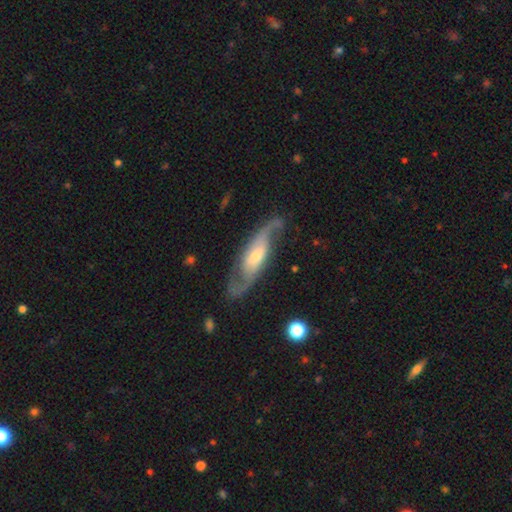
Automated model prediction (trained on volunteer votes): featured or disk 85%, smooth 10%, star or artifact 5%. Down the decision tree: edge-on disk — no (88%); bar — no (42%); spiral arms — yes (95%); spiral arm count — 2 (90%); spiral winding — loose (43%); bulge size — moderate (49%); merging — none (78%).